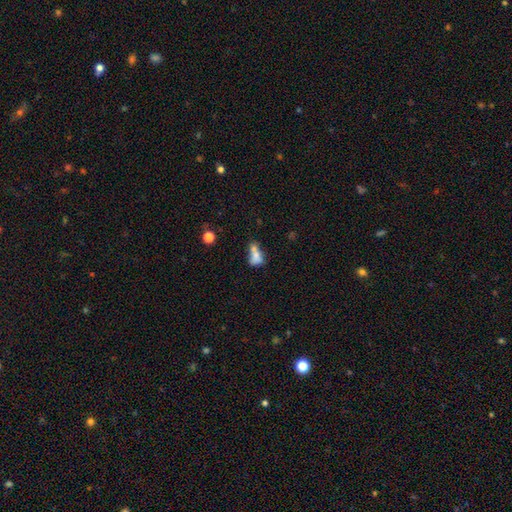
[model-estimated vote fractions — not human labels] This appears to be a smooth galaxy with no disk features (65%) that is in between round and cigar-shaped (72%). Merging: merger (52%).